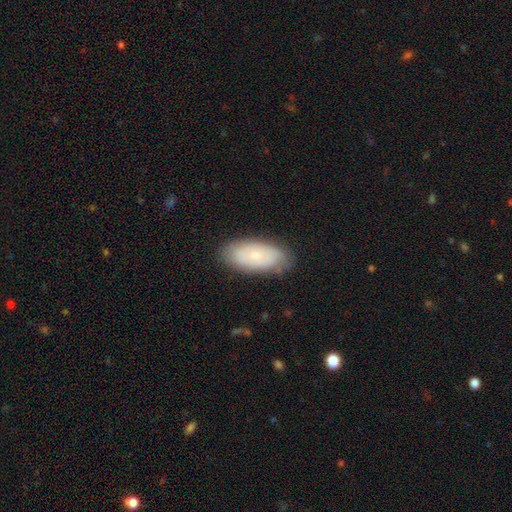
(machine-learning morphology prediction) The model was most divided on "smooth or featured": smooth: 61%, featured or disk: 32%, star or artifact: 7%. More confident: how rounded — in between (90%); merging — none (81%).